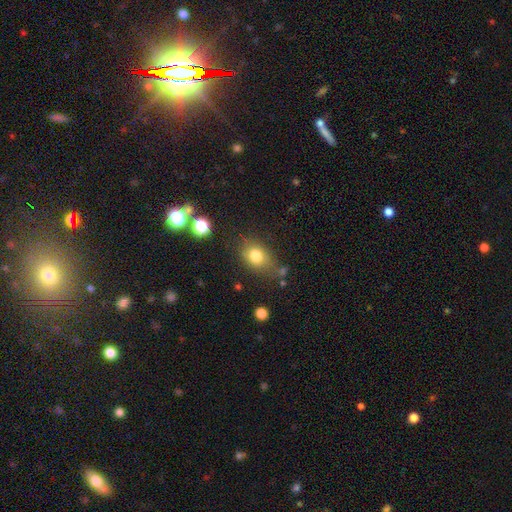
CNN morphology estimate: smooth_or_featured: smooth (p=0.79) [alt: star or artifact p=0.11]
how_rounded: in between (p=0.58) [alt: round p=0.41]
merging: none (p=0.66) [alt: minor disturbance p=0.21]